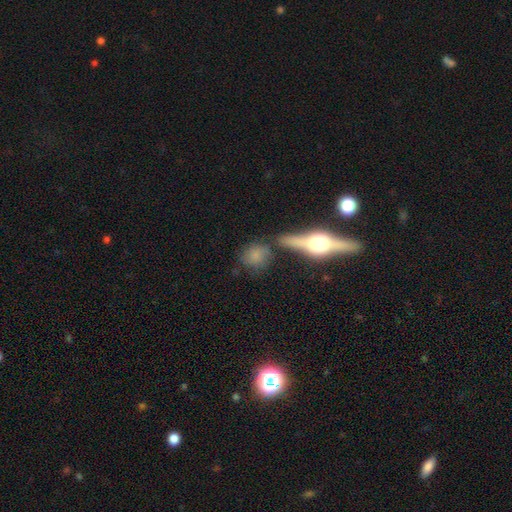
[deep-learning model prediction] Smooth or featured? Predicted: smooth (p=0.74). How rounded? Predicted: round (p=0.69). Merging? Predicted: none (p=0.61).